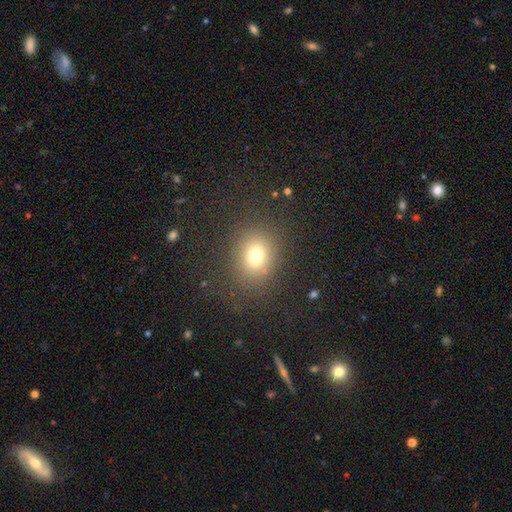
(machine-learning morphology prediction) type=smooth (72%); roundness=round (66%); merging=none (81%).